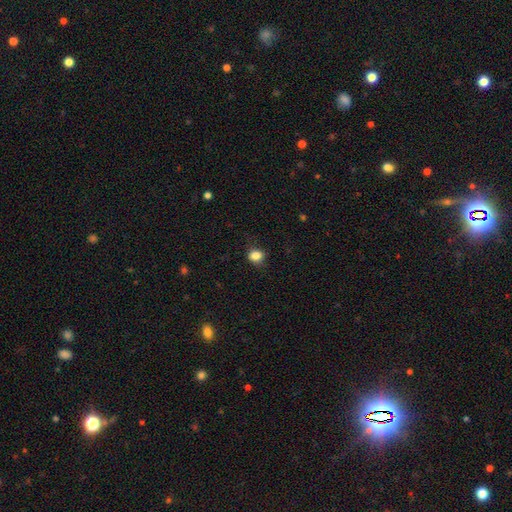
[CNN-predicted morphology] Overall: smooth (83%). How rounded: round (55%; in between 44%). Merging: none (78%).